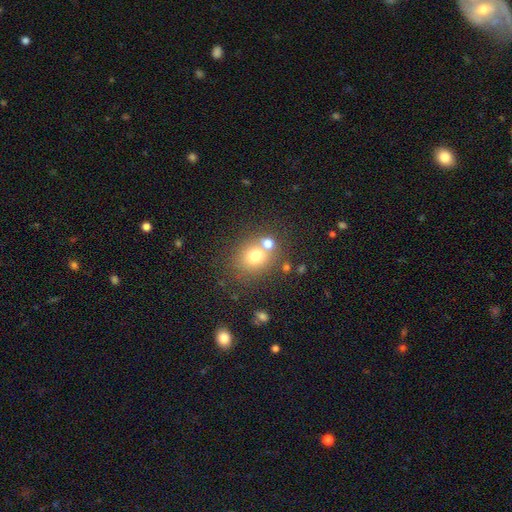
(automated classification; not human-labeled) smooth_or_featured: smooth (p=0.71) [alt: star or artifact p=0.15]
how_rounded: round (p=0.69) [alt: in between p=0.30]
merging: none (p=0.57) [alt: merger p=0.27]